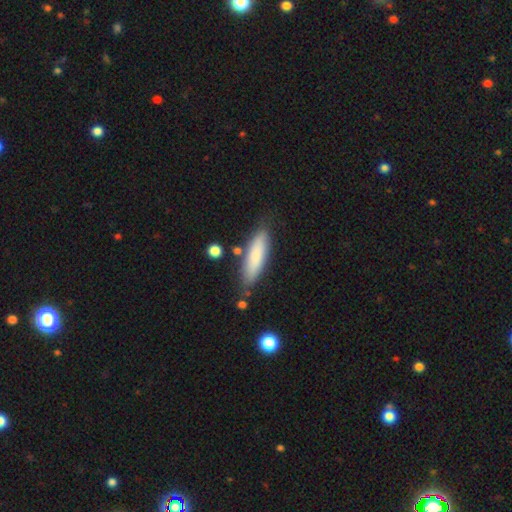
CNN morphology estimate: type=smooth (75%); roundness=cigar-shaped (63%); merging=none (78%).